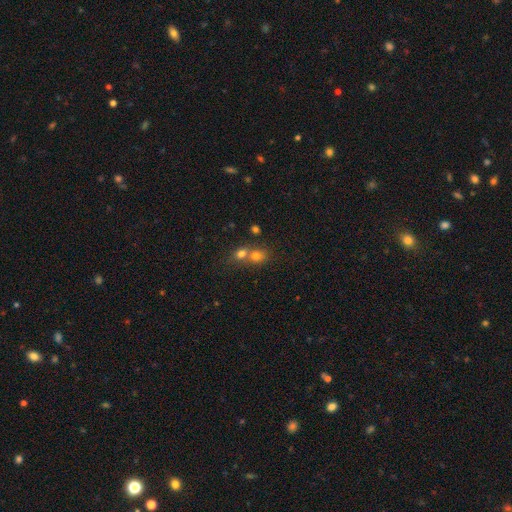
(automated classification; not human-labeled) Q: Smooth or featured?
A: smooth (70%); runner-up: star or artifact (17%)
Q: How rounded?
A: round (70%); runner-up: in between (29%)
Q: Merging?
A: merger (61%); runner-up: none (31%)